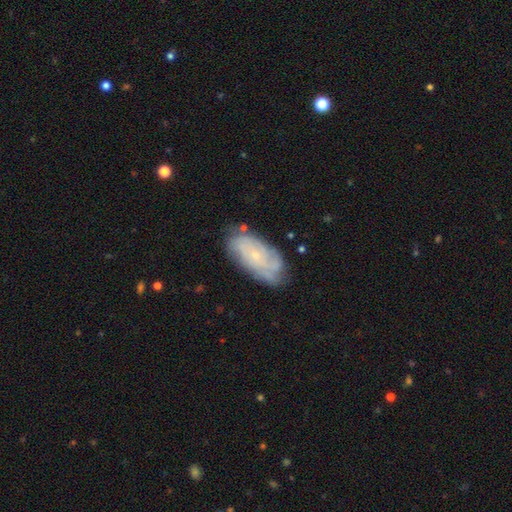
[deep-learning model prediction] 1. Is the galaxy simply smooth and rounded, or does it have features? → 67% featured or disk, 26% smooth, 8% star or artifact.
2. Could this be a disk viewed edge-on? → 93% no, 7% yes.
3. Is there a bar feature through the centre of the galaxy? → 80% no, 17% weak, 3% strong.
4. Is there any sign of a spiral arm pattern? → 83% yes, 17% no.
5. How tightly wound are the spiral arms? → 62% tight, 28% medium, 10% loose.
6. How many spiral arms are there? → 52% can't tell, 16% 2, 12% 3, 11% 4, 5% more than 4, 4% 1.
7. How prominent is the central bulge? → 83% small, 12% moderate, 3% none, 1% large, 1% dominant.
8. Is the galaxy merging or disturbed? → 73% none, 20% minor disturbance, 5% major disturbance, 2% merger.